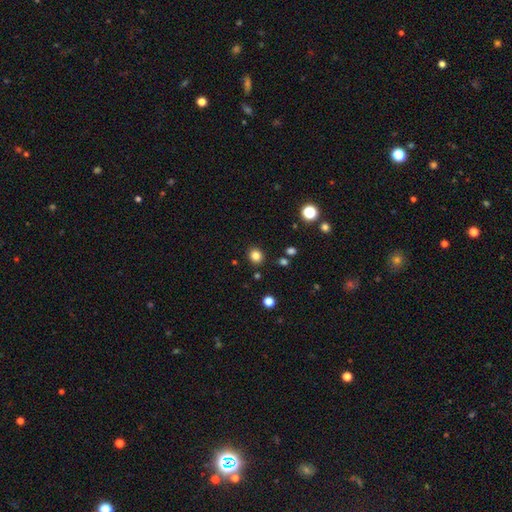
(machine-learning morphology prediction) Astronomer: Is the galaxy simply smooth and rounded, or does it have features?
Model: smooth — 83%.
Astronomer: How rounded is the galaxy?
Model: round — 78%.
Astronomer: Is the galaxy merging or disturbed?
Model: none — 89%.